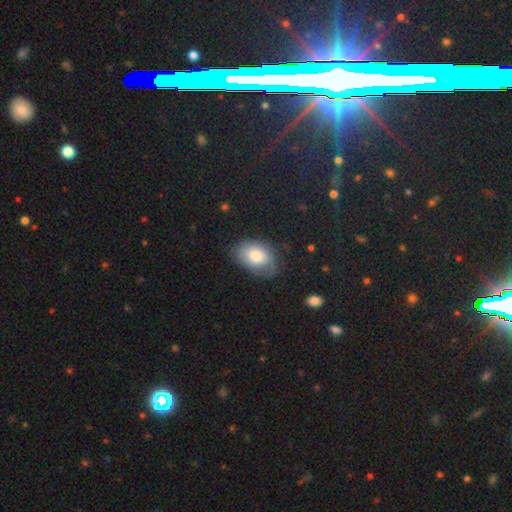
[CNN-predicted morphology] The model was most divided on "merging": none: 65%, minor disturbance: 25%, major disturbance: 8%, merger: 2%. More confident: how rounded — in between (86%); smooth or featured — smooth (75%).